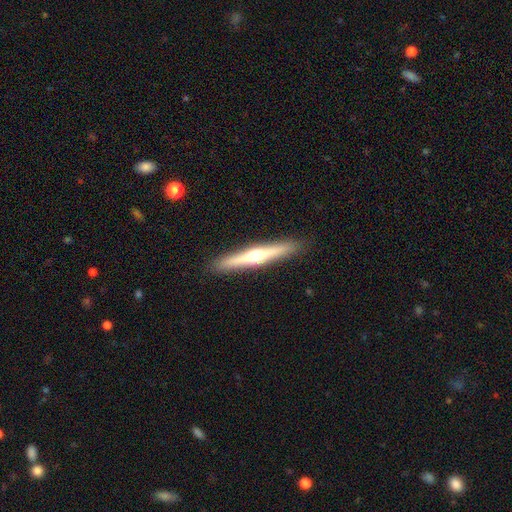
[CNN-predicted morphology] type=featured or disk (65%); edge-on=yes (97%); edge-on bulge=rounded (92%); merging=none (91%).